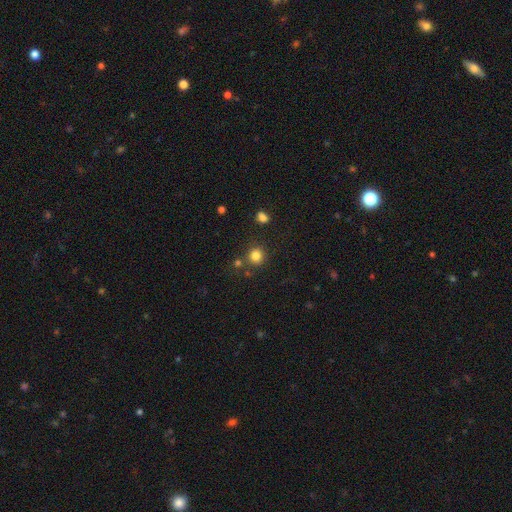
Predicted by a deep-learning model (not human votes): Overall: smooth (81%). How rounded: round (89%). Merging: none (79%).